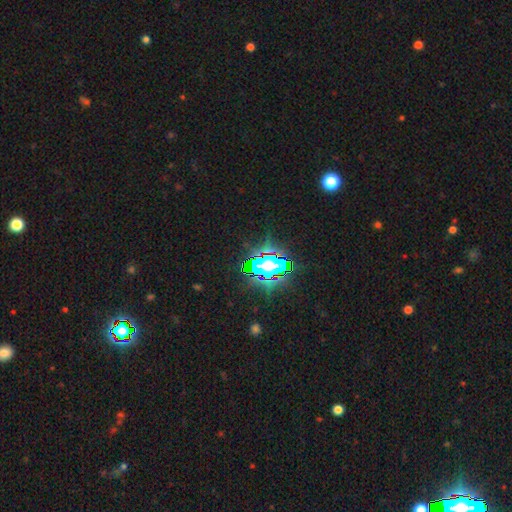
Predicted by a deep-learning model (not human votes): Smooth or featured? star or artifact (77%)